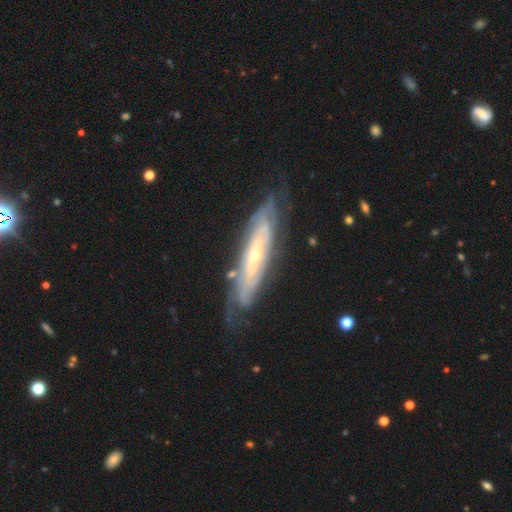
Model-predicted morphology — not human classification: This is clearly a featured or disk galaxy (82%). It is likely not viewed edge-on (69%). Bar: likely no (70%). Spiral arm pattern: clearly yes (87%). Central bulge: likely small (74%). Merging: likely none (73%).